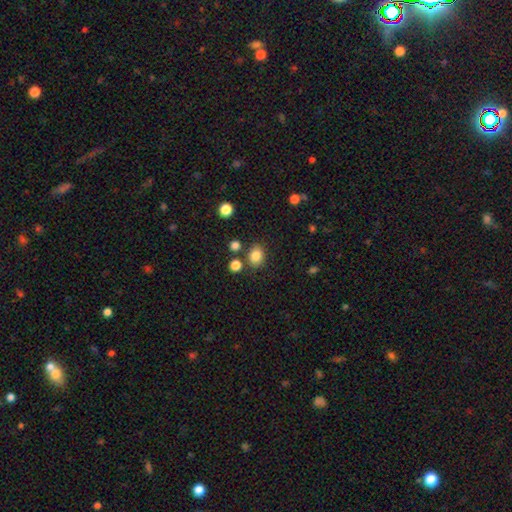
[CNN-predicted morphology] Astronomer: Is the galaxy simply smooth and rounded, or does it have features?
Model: smooth — 83%.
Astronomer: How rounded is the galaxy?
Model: round — 55% (runner-up: in between, 44%).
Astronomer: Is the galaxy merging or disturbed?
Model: none — 79%.